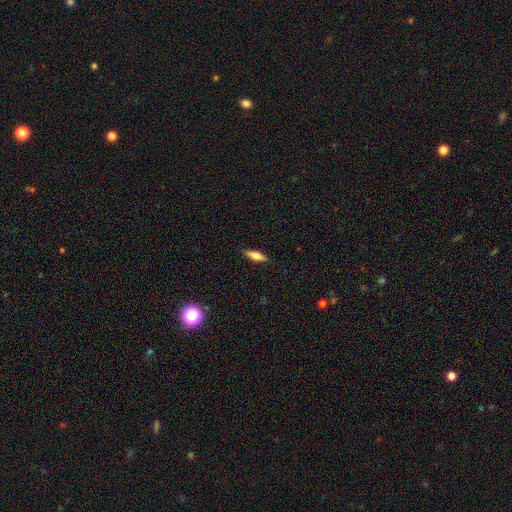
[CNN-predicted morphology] A smooth galaxy with no disk features (55%) that is cigar-shaped (52%).

Vote fractions:
- Smooth or featured? smooth: 55% / featured or disk: 37% / star or artifact: 8%
- How rounded? cigar-shaped: 52% / in between: 45% / round: 3%
- Merging? none: 88% / minor disturbance: 9% / major disturbance: 2% / merger: 1%